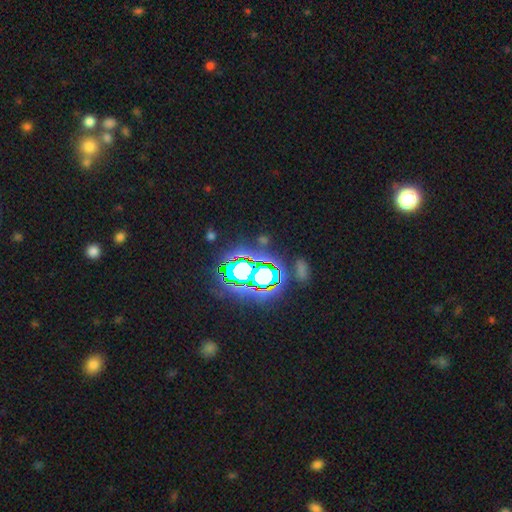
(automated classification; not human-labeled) Overall: star or artifact (78%).